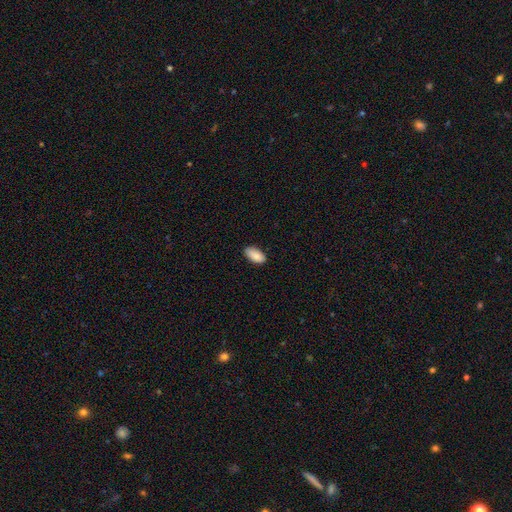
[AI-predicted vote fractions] Overall: smooth (88%). How rounded: in between (94%). Merging: none (84%).